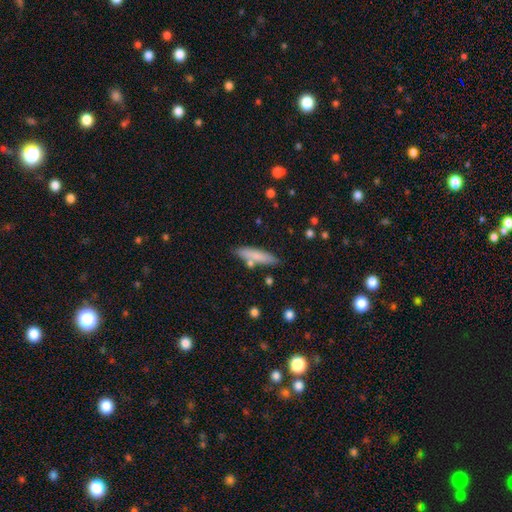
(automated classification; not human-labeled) A smooth galaxy with no disk features (75%) that is cigar-shaped (80%). Merging: none (78%).